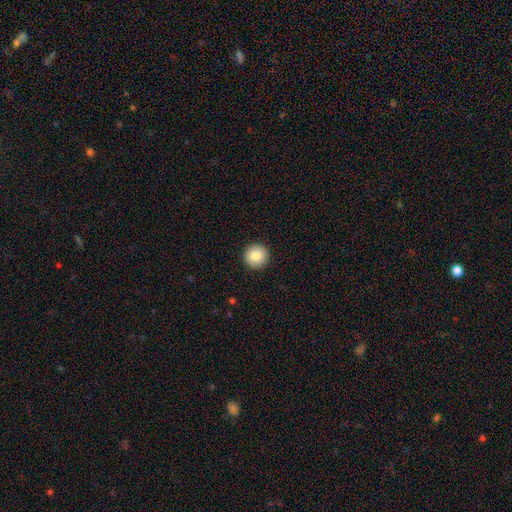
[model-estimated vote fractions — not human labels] smooth_or_featured: smooth (p=0.83) [alt: featured or disk p=0.09]
how_rounded: round (p=0.96) [alt: in between p=0.03]
merging: none (p=0.93) [alt: minor disturbance p=0.05]